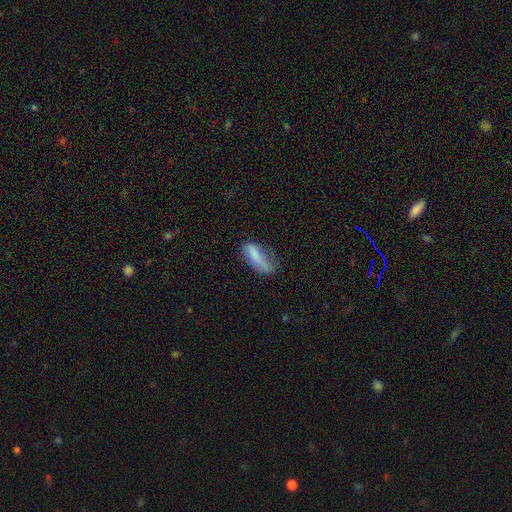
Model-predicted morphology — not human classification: smooth-or-featured: smooth: 74% | featured or disk: 17% | star or artifact: 9%
  how-rounded: in between: 69% | cigar-shaped: 29% | round: 2%
  merging: minor disturbance: 34% | none: 33% | major disturbance: 29% | merger: 4%